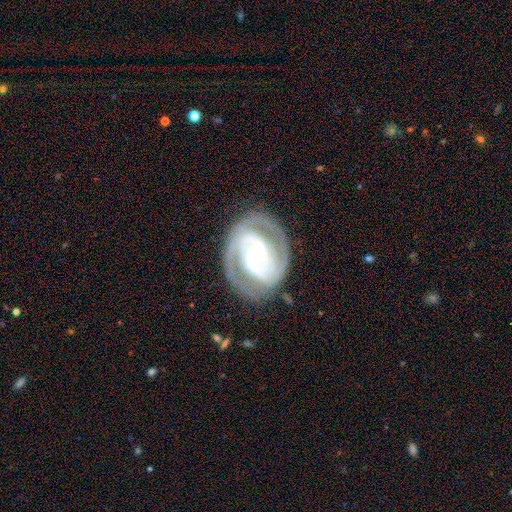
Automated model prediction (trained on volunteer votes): A featured or disk galaxy (87%) with a strong bar (39%), 2 (70%) tight (59%) spiral arms (93%) and a small central bulge (48%).

Vote fractions:
- Smooth or featured? featured or disk: 87% / smooth: 8% / star or artifact: 5%
- Edge-on disk? no: 97% / yes: 3%
- Bar? strong: 39% / weak: 37% / no: 24%
- Spiral arms? yes: 93% / no: 7%
- Spiral winding? tight: 59% / medium: 34% / loose: 7%
- Spiral arm count? 2: 70% / can't tell: 13% / 3: 10% / 1: 3% / 4: 2% / more than 4: 2%
- Bulge size? small: 48% / moderate: 45% / large: 5% / none: 1% / dominant: 1%
- Merging? none: 78% / minor disturbance: 14% / major disturbance: 6% / merger: 1%